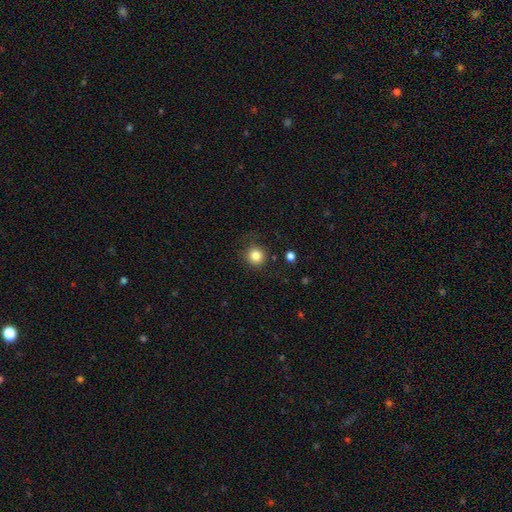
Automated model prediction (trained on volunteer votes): This is clearly a smooth galaxy (84%). How rounded: clearly round (91%). Merging: clearly none (84%).